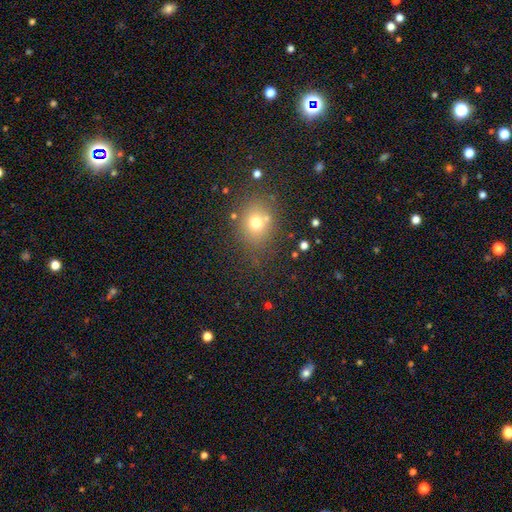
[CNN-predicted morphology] Smooth or featured?
  - smooth: 59% *
  - star or artifact: 31%
  - featured or disk: 9%
How rounded?
  - round: 63% *
  - in between: 36%
  - cigar-shaped: 2%
Merging?
  - none: 84% *
  - minor disturbance: 10%
  - major disturbance: 4%
  - merger: 3%